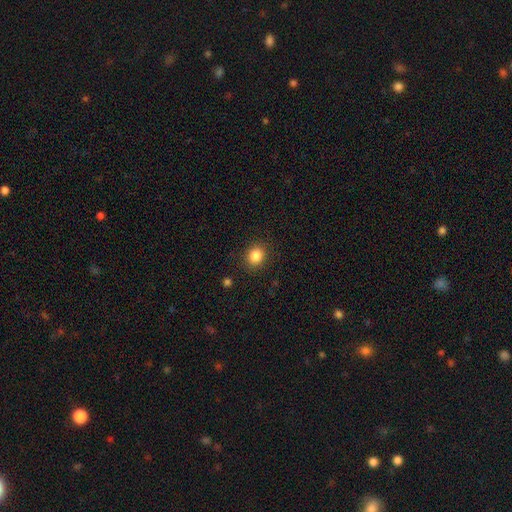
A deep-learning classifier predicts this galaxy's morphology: Smooth or featured? Predicted: smooth (p=0.84). How rounded? Predicted: round (p=0.77). Merging? Predicted: none (p=0.89).